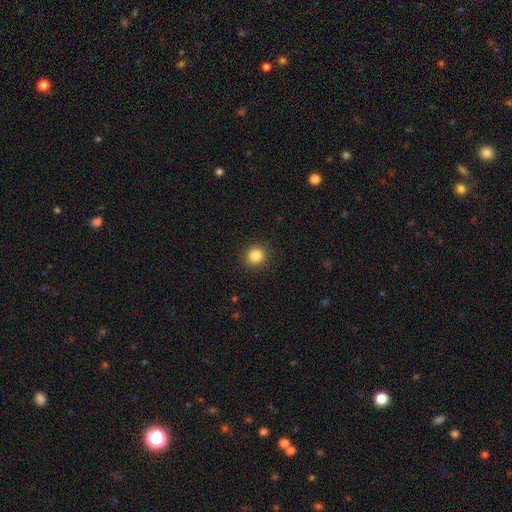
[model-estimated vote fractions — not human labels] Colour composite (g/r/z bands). It shows a smooth galaxy with no disk features (85%) that is round (90%). Merging: none (91%).